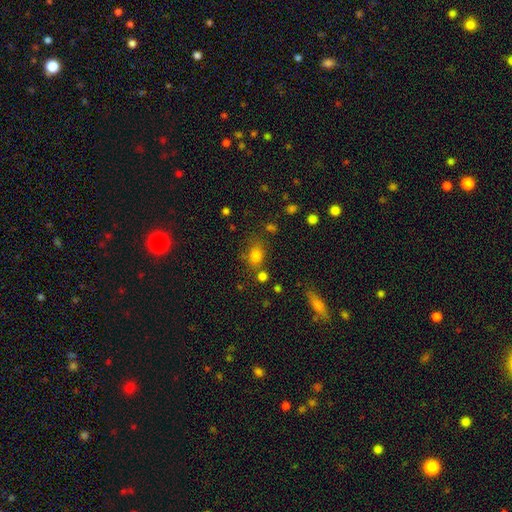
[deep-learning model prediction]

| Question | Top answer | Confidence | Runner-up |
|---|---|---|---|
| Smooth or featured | smooth | 78% | star or artifact (15%) |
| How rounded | in between | 61% | round (37%) |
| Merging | none | 64% | minor disturbance (17%) |